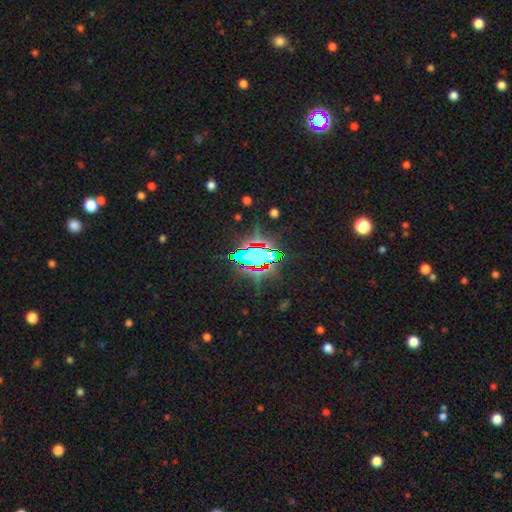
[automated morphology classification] Overall: star or artifact (71%).